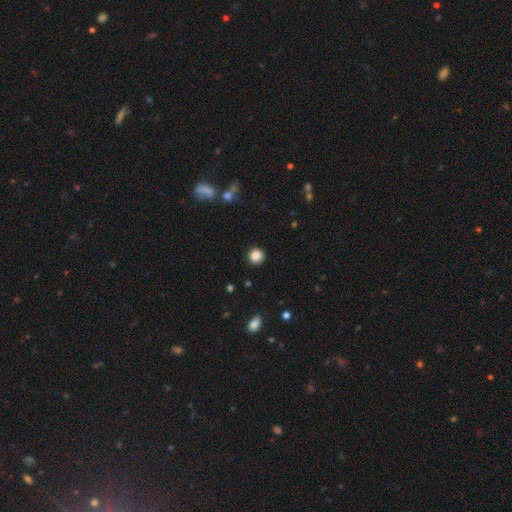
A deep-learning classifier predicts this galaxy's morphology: Smooth or featured: smooth — 86% (star or artifact — 10%)
How rounded: round — 93% (in between — 6%)
Merging: none — 91% (minor disturbance — 5%)